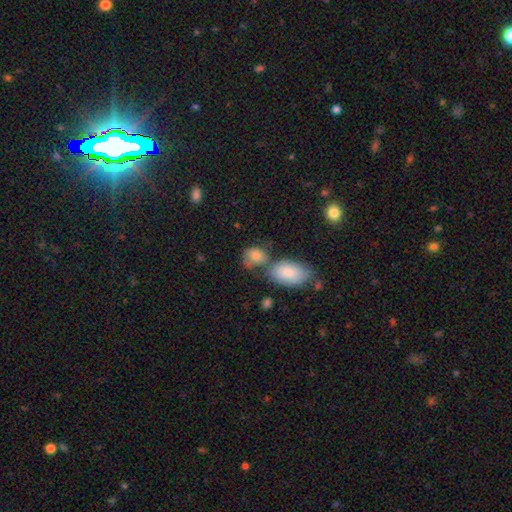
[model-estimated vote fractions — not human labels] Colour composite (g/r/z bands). It shows a smooth galaxy with no disk features (77%) that is in between round and cigar-shaped (61%). Merging: merger (37%).